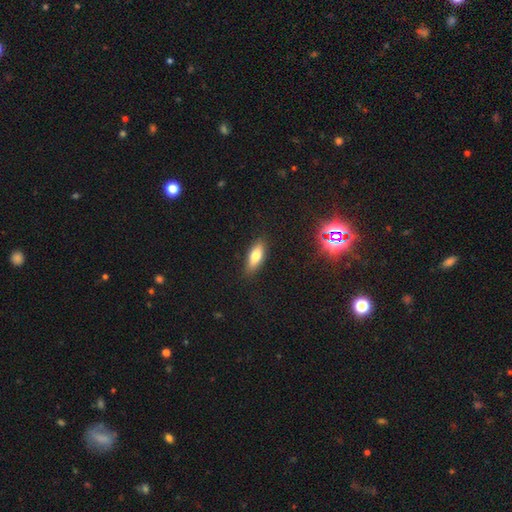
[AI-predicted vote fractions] The model was most divided on "how rounded": in between: 71%, cigar-shaped: 26%, round: 3%. More confident: merging — none (86%); smooth or featured — smooth (75%).